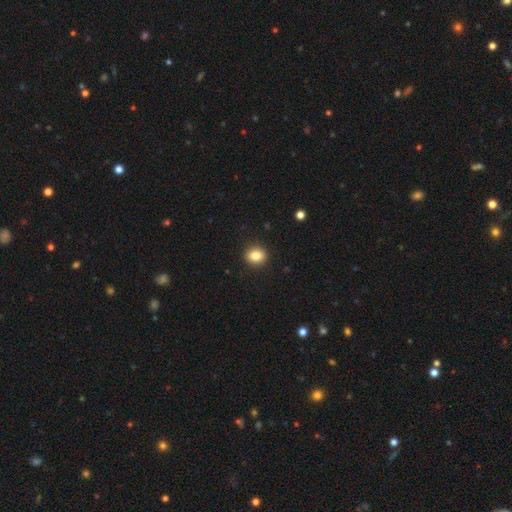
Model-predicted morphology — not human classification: Smooth or featured: smooth — 84% (star or artifact — 10%)
How rounded: round — 71% (in between — 28%)
Merging: none — 92% (minor disturbance — 6%)